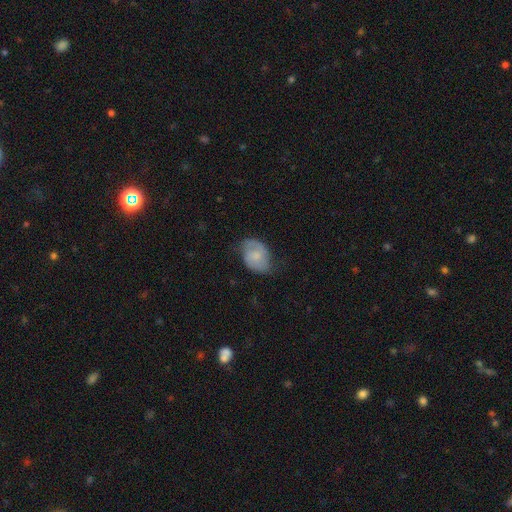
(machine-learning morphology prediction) Smooth or featured? featured or disk (46%, tied with smooth)
Merging? none (58%)